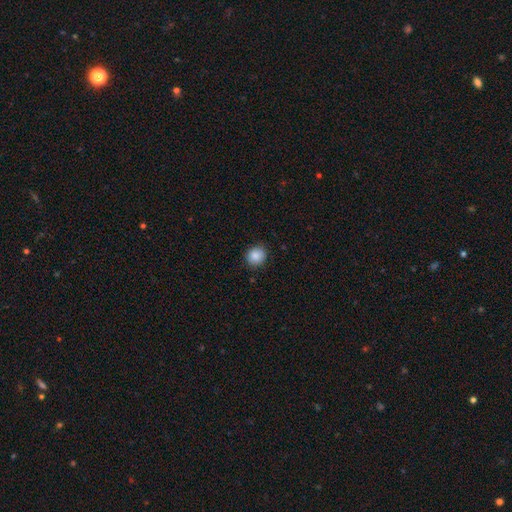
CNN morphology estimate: Overall: smooth (88%). How rounded: round (83%). Merging: none (88%).